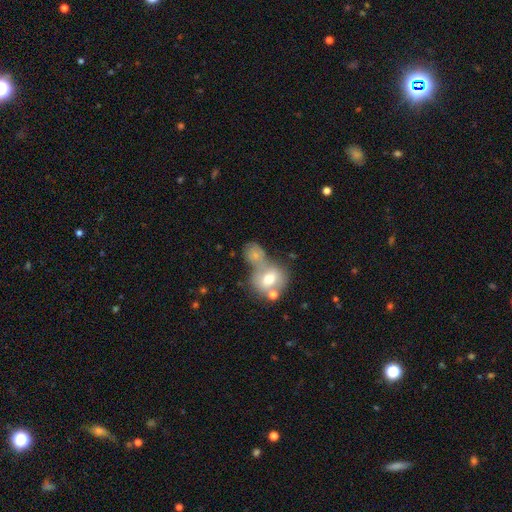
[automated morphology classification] This is likely a smooth galaxy (66%). How rounded: possibly round (59%). Merging: possibly merger (53%).